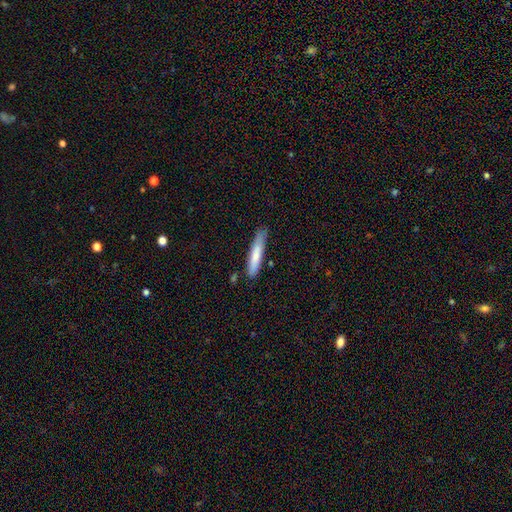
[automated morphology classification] Overall: smooth (75%). How rounded: cigar-shaped (91%). Merging: none (77%).